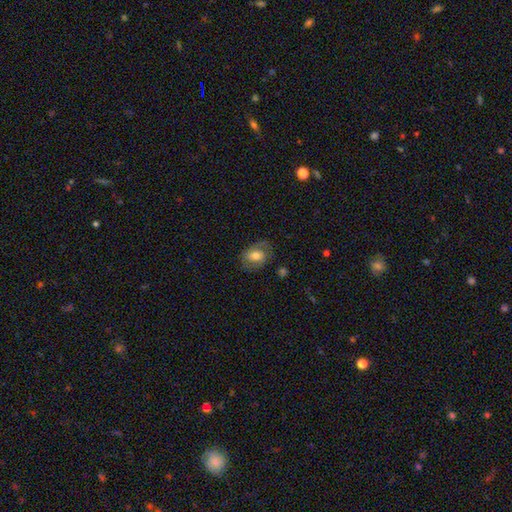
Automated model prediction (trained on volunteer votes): The model was most divided on "smooth or featured": smooth: 61%, featured or disk: 31%, star or artifact: 8%. More confident: merging — none (70%); how rounded — in between (69%).